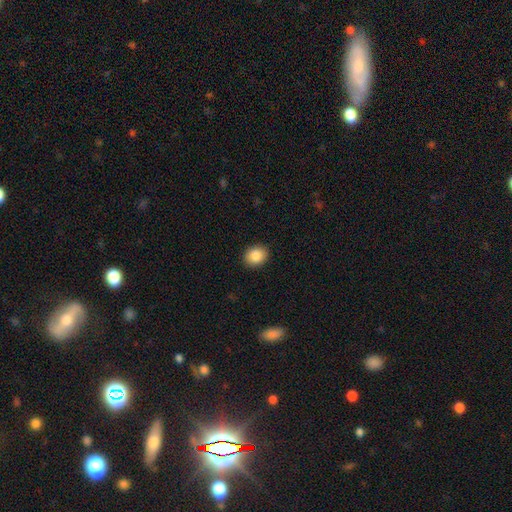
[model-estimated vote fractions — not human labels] Smooth or featured? smooth (87%)
How rounded? round (56%)
Merging? none (90%)